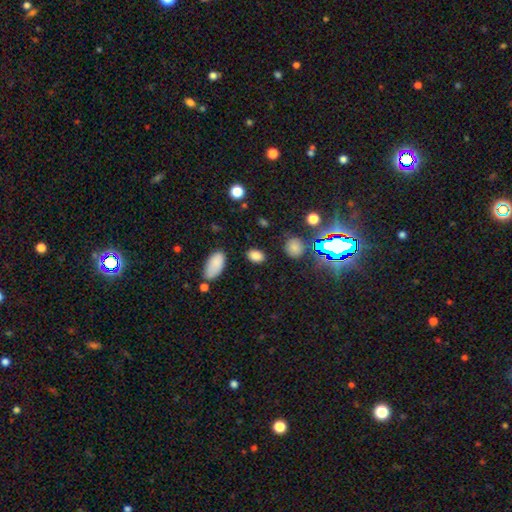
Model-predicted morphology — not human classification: Smooth or featured? smooth (82%)
How rounded? in between (83%)
Merging? none (84%)